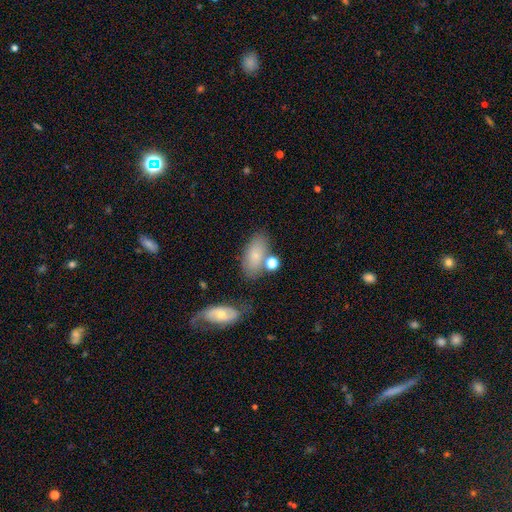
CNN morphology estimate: A smooth galaxy with no disk features (77%) that is in between round and cigar-shaped (90%).

Vote fractions:
- Smooth or featured? smooth: 77% / featured or disk: 15% / star or artifact: 8%
- How rounded? in between: 90% / round: 6% / cigar-shaped: 4%
- Merging? none: 61% / minor disturbance: 17% / merger: 16% / major disturbance: 6%